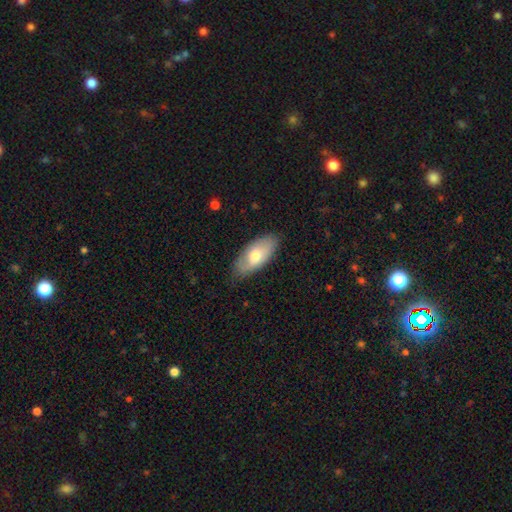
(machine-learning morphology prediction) This appears to be a smooth galaxy with no disk features (66%) that is in between round and cigar-shaped (90%). Merging: none (81%).